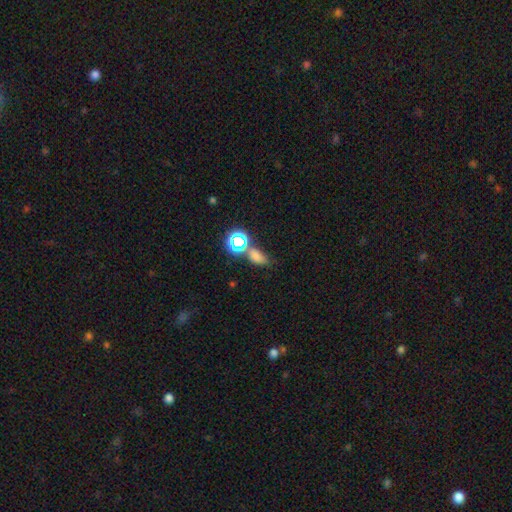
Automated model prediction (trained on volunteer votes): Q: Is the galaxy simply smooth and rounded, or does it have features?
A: smooth — 67%.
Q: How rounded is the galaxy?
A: in between — 76%.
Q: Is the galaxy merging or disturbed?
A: none — 58%.